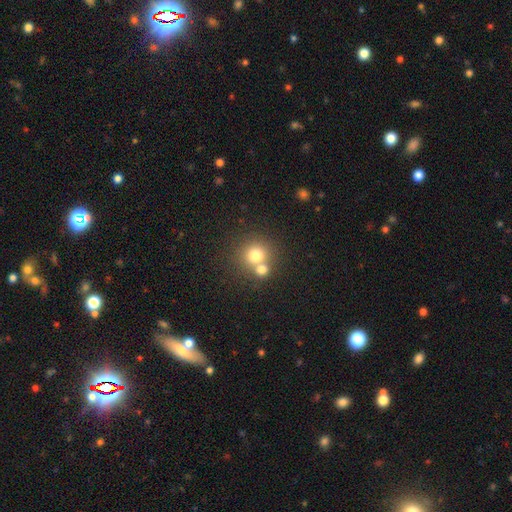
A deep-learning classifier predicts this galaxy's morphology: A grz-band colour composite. It shows a smooth galaxy with no disk features (75%) that is round (88%). Merging: none (48%).